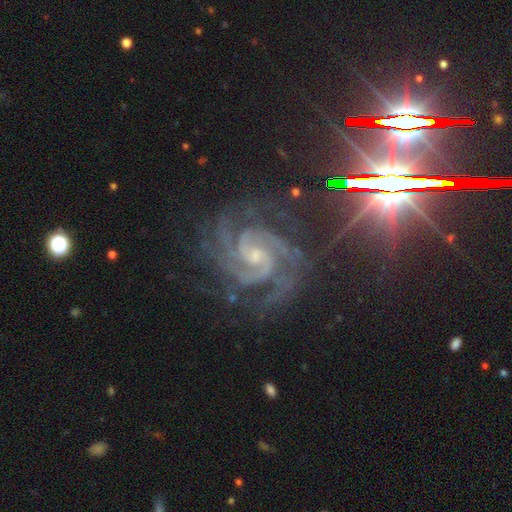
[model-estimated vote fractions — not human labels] featured or disk 87%, star or artifact 10%, smooth 3%. Down the decision tree: edge-on disk — no (98%); bar — no (48%); spiral arms — yes (99%); spiral arm count — 2 (42%); spiral winding — tight (59%); bulge size — small (64%); merging — none (72%).